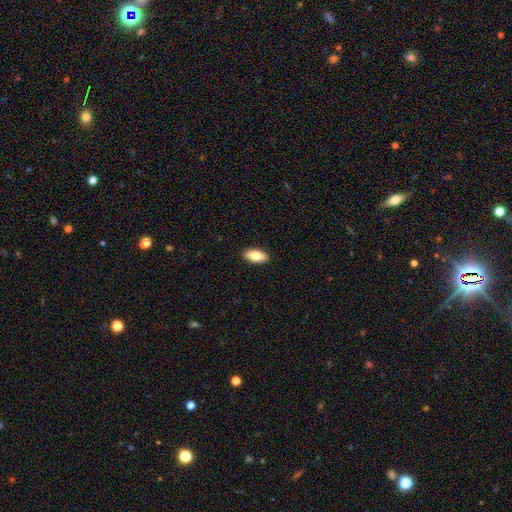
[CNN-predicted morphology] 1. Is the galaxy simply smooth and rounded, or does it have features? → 76% smooth, 17% featured or disk, 6% star or artifact.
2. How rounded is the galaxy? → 88% in between, 9% cigar-shaped, 3% round.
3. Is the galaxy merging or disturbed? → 91% none, 7% minor disturbance, 1% major disturbance, 1% merger.